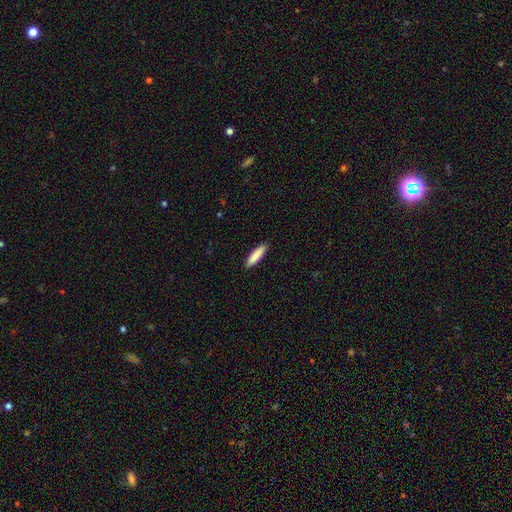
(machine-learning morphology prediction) A smooth galaxy with no disk features (87%) that is cigar-shaped (80%). Merging: none (90%).